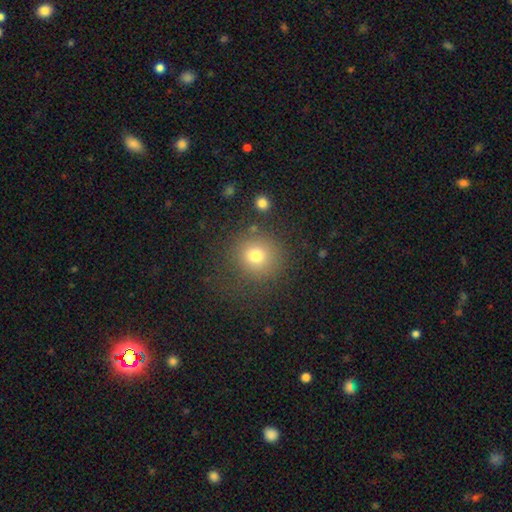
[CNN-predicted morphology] Smooth or featured? smooth (75%)
How rounded? round (90%)
Merging? none (79%)